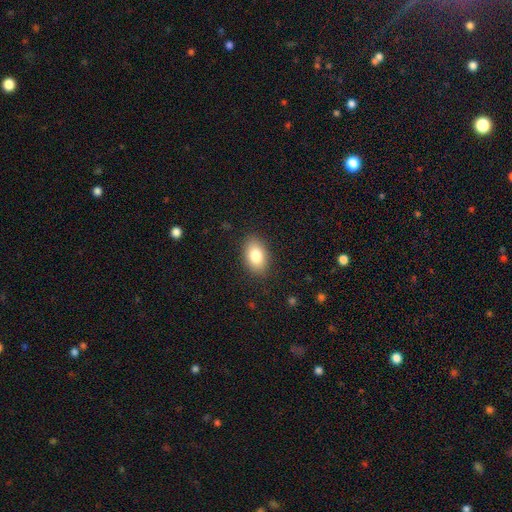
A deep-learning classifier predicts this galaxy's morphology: Smooth or featured?
  - smooth: 82% *
  - featured or disk: 10%
  - star or artifact: 8%
How rounded?
  - in between: 89% *
  - round: 10%
  - cigar-shaped: 2%
Merging?
  - none: 87% *
  - minor disturbance: 9%
  - major disturbance: 3%
  - merger: 1%